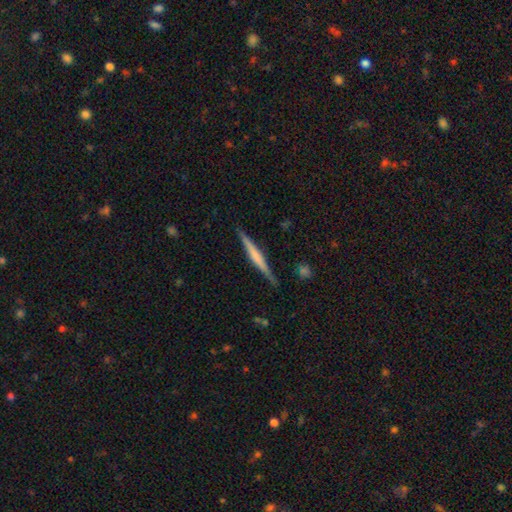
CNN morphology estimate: This is possibly a featured or disk galaxy (60%). It is clearly viewed edge-on (98%). Edge-on bulge: marginally none (44%). Merging: clearly none (88%).